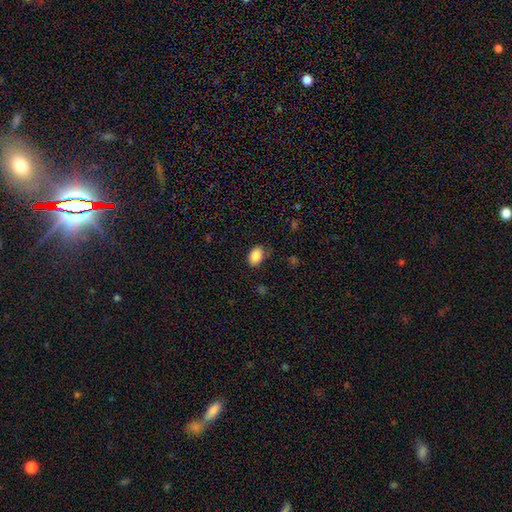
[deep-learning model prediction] Morphology: type=smooth (87%); roundness=in between (81%); merging=none (75%).